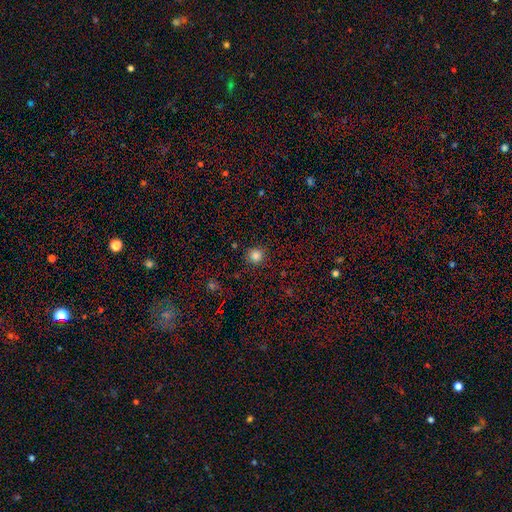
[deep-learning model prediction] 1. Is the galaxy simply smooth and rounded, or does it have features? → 83% smooth, 13% star or artifact, 4% featured or disk.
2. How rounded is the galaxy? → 92% round, 7% in between, 1% cigar-shaped.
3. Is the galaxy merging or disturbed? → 89% none, 7% minor disturbance, 2% major disturbance, 1% merger.